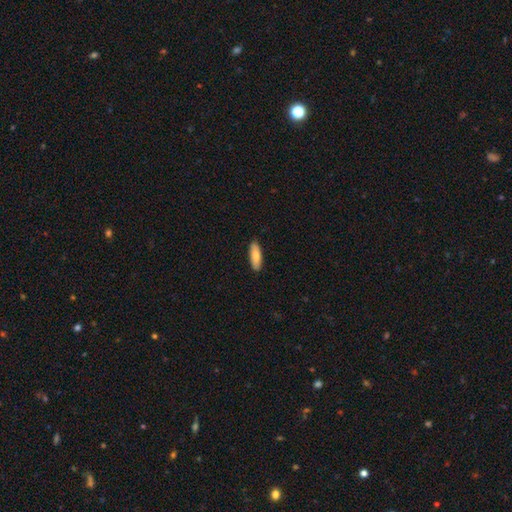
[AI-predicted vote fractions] This appears to be a smooth galaxy with no disk features (80%) that is in between round and cigar-shaped (58%). Merging: none (88%).